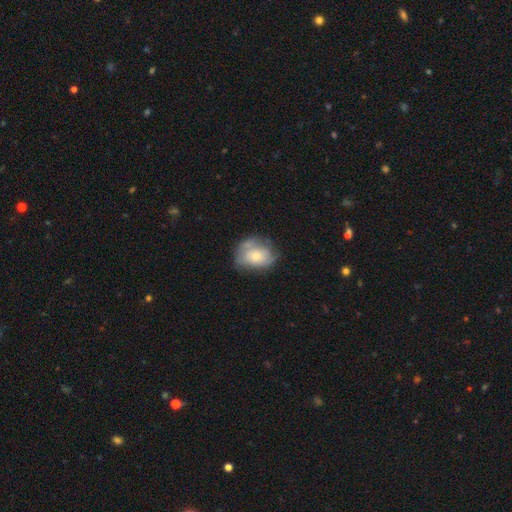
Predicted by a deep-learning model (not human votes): This is possibly a smooth galaxy (55%). How rounded: possibly in between (58%). Merging: possibly none (54%).